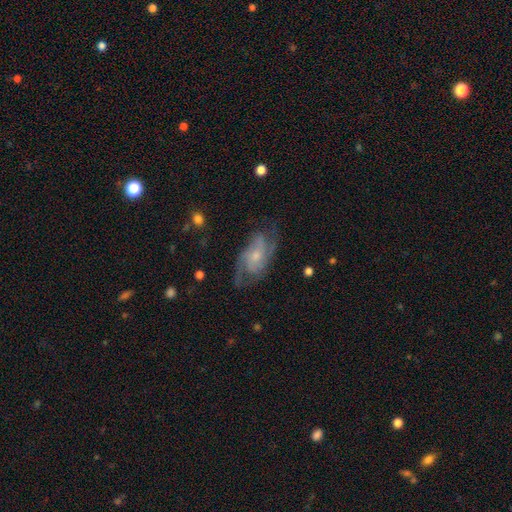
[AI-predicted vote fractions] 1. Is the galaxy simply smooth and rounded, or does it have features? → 79% featured or disk, 14% smooth, 6% star or artifact.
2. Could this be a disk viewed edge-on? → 96% no, 4% yes.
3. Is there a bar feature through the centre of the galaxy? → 67% no, 28% weak, 5% strong.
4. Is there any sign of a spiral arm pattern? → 93% yes, 7% no.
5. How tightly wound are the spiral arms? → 47% medium, 34% tight, 18% loose.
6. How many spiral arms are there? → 40% 2, 22% 3, 22% can't tell, 7% 4, 5% 1, 4% more than 4.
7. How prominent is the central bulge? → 55% small, 36% moderate, 5% none, 3% large, 1% dominant.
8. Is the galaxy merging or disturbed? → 66% none, 20% minor disturbance, 12% major disturbance, 1% merger.